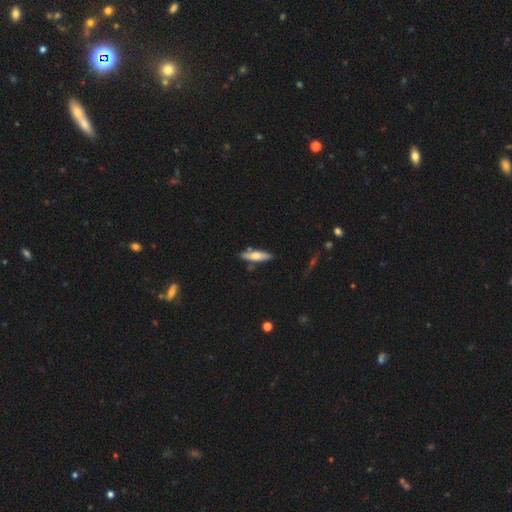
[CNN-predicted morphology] Smooth or featured?
  - smooth: 59% *
  - featured or disk: 35%
  - star or artifact: 6%
How rounded?
  - cigar-shaped: 64% *
  - in between: 34%
  - round: 2%
Merging?
  - none: 81% *
  - minor disturbance: 13%
  - merger: 4%
  - major disturbance: 2%